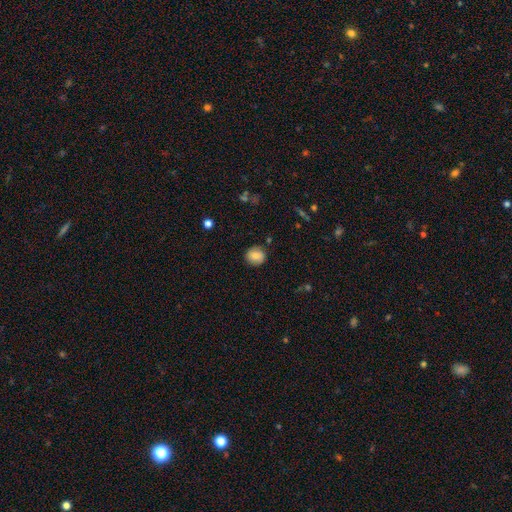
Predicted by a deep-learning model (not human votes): The model was most divided on "smooth or featured": smooth: 76%, featured or disk: 15%, star or artifact: 9%. More confident: merging — none (85%); how rounded — round (84%).